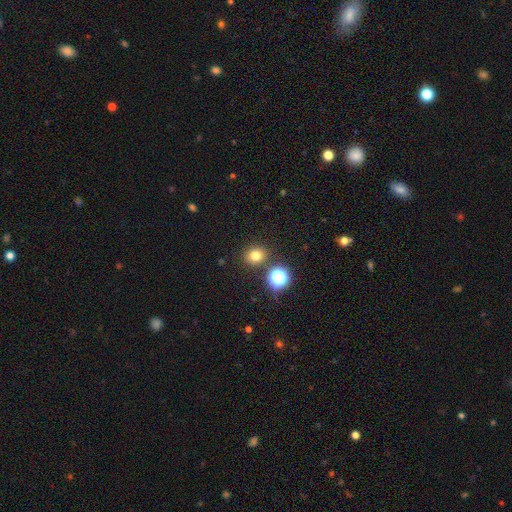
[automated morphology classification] Q: Smooth or featured?
A: smooth (74%); runner-up: star or artifact (19%)
Q: How rounded?
A: round (79%); runner-up: in between (20%)
Q: Merging?
A: none (83%); runner-up: minor disturbance (7%)